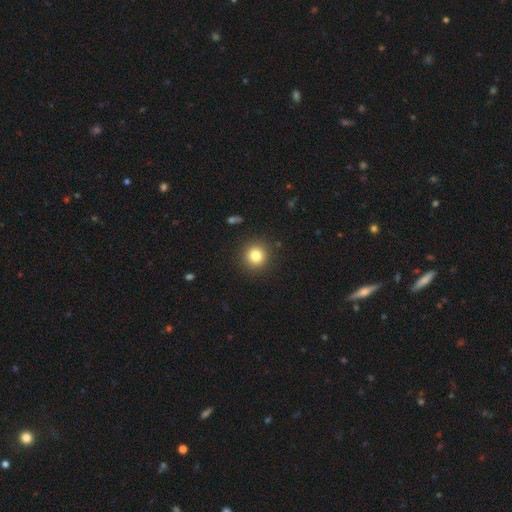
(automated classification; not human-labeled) Smooth or featured? smooth (82%)
How rounded? round (93%)
Merging? none (91%)